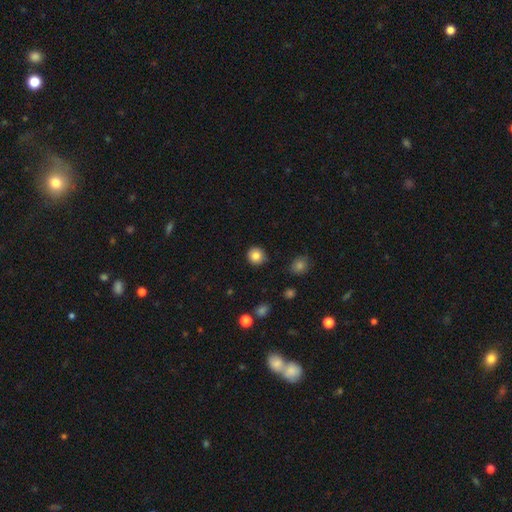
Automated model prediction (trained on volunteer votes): Q: Smooth or featured?
A: smooth (85%); runner-up: star or artifact (10%)
Q: How rounded?
A: round (92%); runner-up: in between (7%)
Q: Merging?
A: none (89%); runner-up: minor disturbance (8%)